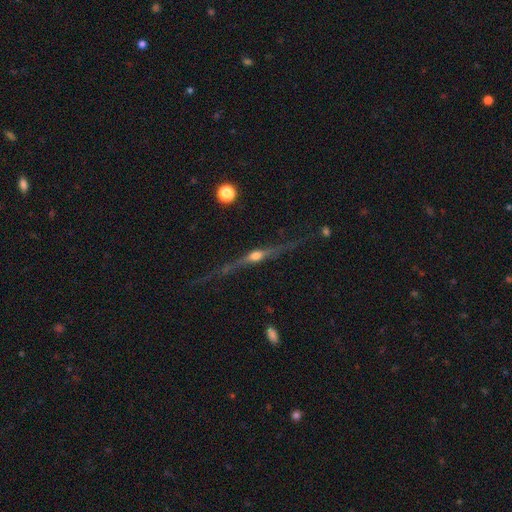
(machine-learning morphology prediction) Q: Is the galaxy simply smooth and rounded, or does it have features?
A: featured or disk — 83%.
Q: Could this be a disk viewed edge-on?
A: yes — 96%.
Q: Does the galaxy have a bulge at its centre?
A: rounded — 93%.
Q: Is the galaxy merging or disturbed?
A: none — 82%.